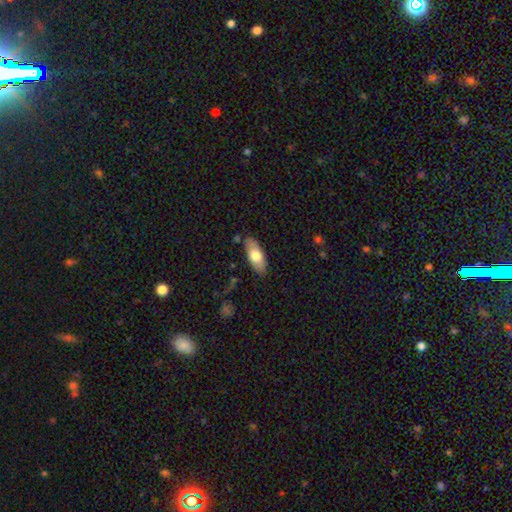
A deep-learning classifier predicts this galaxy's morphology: This is likely a smooth galaxy (68%). How rounded: clearly in between (83%). Merging: clearly none (84%).